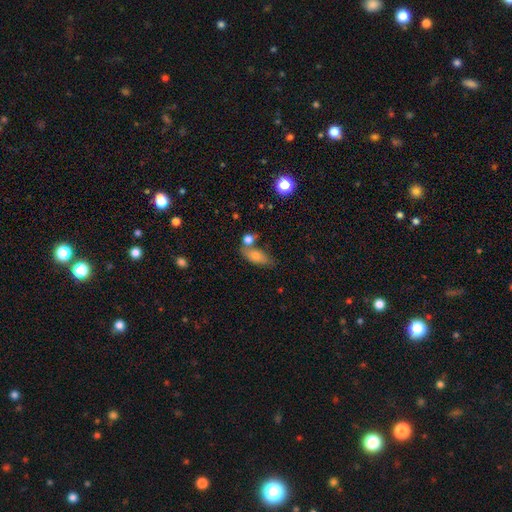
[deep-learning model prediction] Smooth or featured? smooth (73%)
How rounded? in between (80%)
Merging? none (46%)